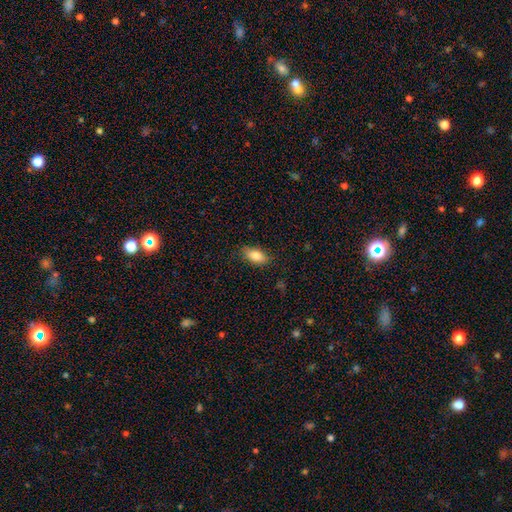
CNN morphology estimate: smooth_or_featured: smooth (p=0.84) [alt: featured or disk p=0.09]
how_rounded: in between (p=0.89) [alt: cigar-shaped p=0.06]
merging: none (p=0.84) [alt: minor disturbance p=0.12]